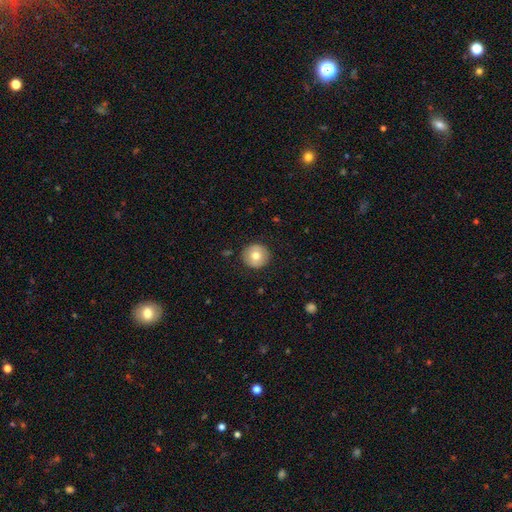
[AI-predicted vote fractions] The model was most divided on "smooth or featured": smooth: 75%, featured or disk: 17%, star or artifact: 8%. More confident: how rounded — round (95%); merging — none (90%).